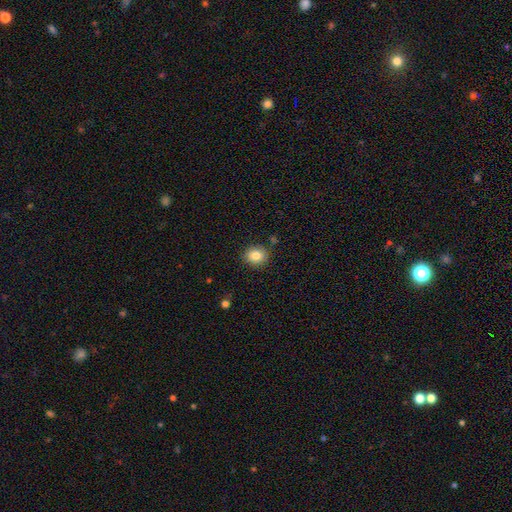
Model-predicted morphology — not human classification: Q: Smooth or featured?
A: smooth (84%); runner-up: star or artifact (9%)
Q: How rounded?
A: round (69%); runner-up: in between (31%)
Q: Merging?
A: none (86%); runner-up: minor disturbance (9%)